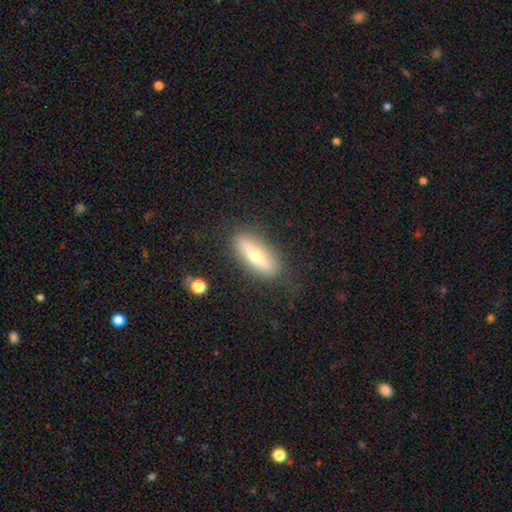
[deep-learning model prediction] Morphology: type=smooth (54%); roundness=cigar-shaped (50%); merging=none (82%).